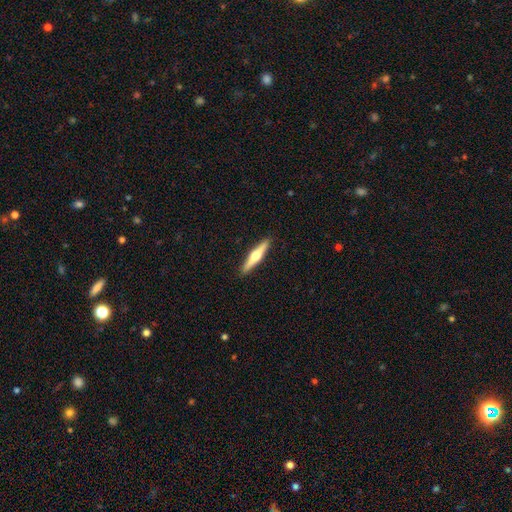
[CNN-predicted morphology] smooth_or_featured: featured or disk (p=0.59) [alt: smooth p=0.36]
disk_edge_on: yes (p=0.97) [alt: no p=0.03]
edge_on_bulge: rounded (p=0.92) [alt: boxy p=0.04]
merging: none (p=0.91) [alt: minor disturbance p=0.06]